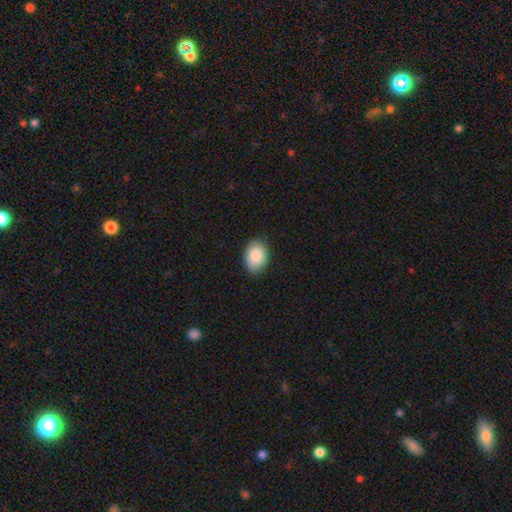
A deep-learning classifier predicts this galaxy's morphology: Smooth or featured? smooth (87%)
How rounded? in between (79%)
Merging? none (83%)